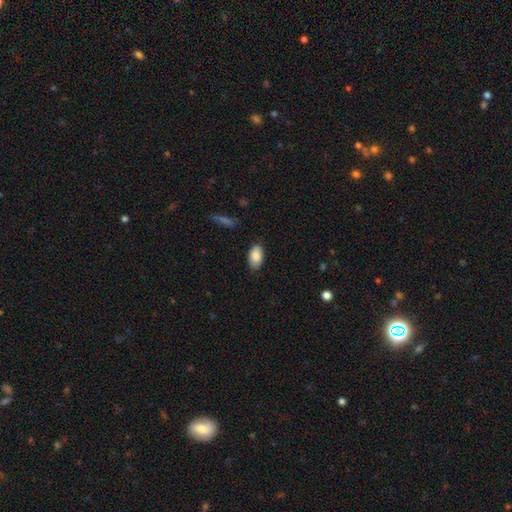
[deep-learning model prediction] This is clearly a smooth galaxy (86%). How rounded: clearly in between (94%). Merging: clearly none (84%).